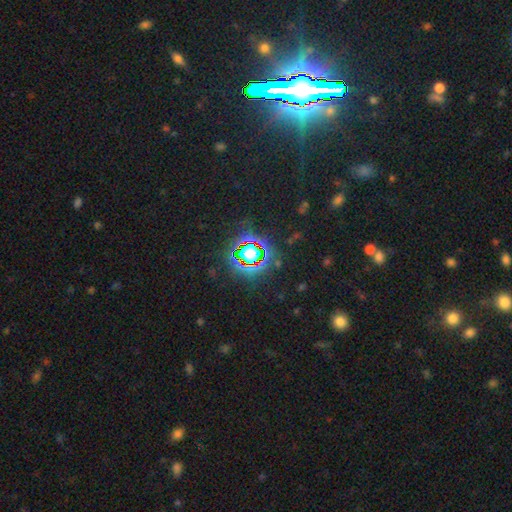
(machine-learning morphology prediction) smooth-or-featured: star or artifact: 81% | smooth: 11% | featured or disk: 8%